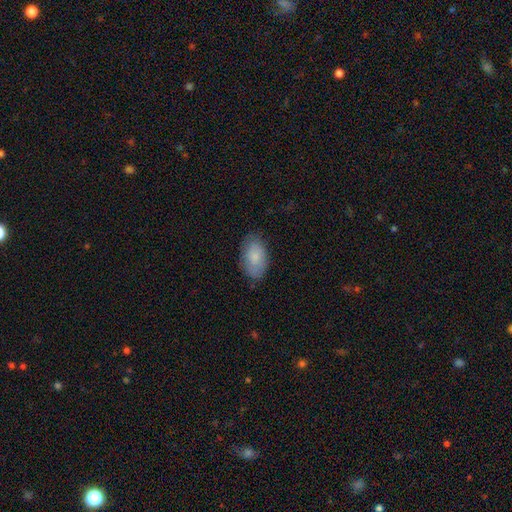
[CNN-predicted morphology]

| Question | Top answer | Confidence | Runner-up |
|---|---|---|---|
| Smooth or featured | smooth | 81% | featured or disk (12%) |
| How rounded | in between | 93% | round (6%) |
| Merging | none | 78% | minor disturbance (17%) |